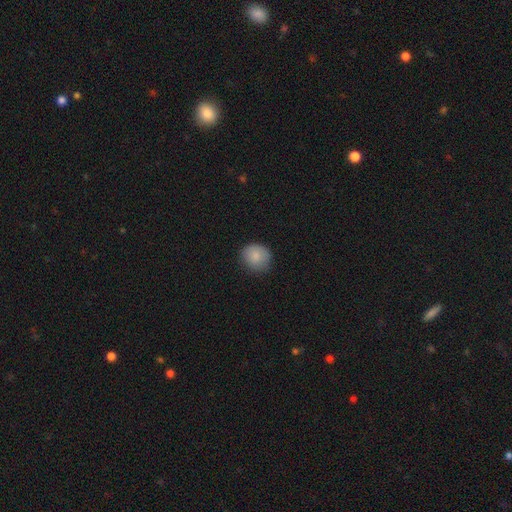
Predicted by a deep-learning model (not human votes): Q: Smooth or featured?
A: smooth (86%); runner-up: star or artifact (8%)
Q: How rounded?
A: round (84%); runner-up: in between (15%)
Q: Merging?
A: none (80%); runner-up: minor disturbance (16%)